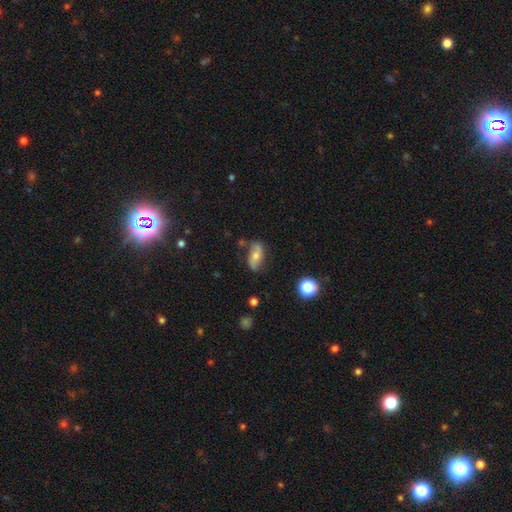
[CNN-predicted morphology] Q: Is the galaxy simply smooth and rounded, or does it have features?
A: featured or disk — 48%.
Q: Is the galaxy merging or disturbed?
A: none — 66%.